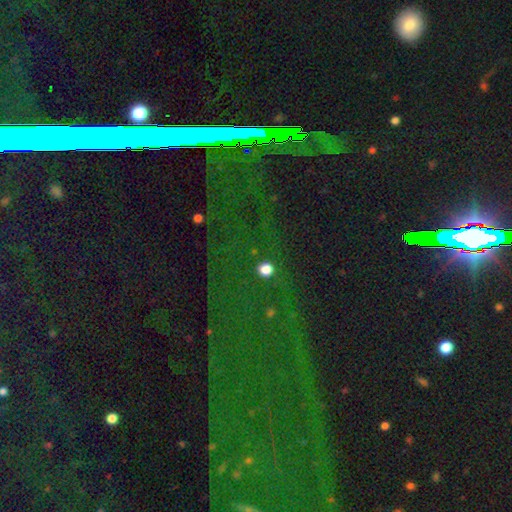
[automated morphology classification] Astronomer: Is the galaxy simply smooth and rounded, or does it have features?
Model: star or artifact — 82%.